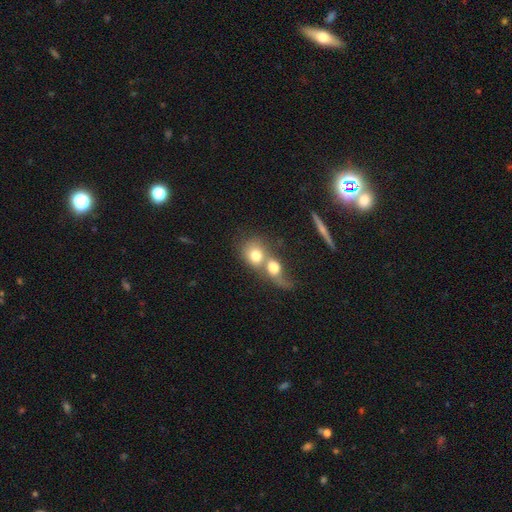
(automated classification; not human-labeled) The model was most divided on "how rounded": round: 71%, in between: 27%, cigar-shaped: 2%. More confident: smooth or featured — smooth (70%); merging — merger (69%).